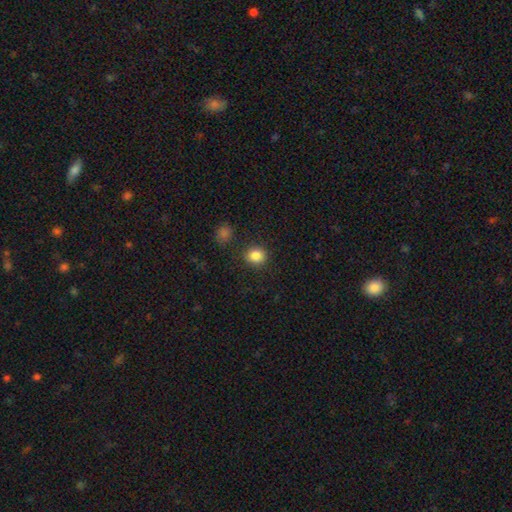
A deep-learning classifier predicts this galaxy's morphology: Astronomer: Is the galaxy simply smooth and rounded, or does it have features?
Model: smooth — 85%.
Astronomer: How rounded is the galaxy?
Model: round — 82%.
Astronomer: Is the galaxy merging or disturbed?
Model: none — 86%.